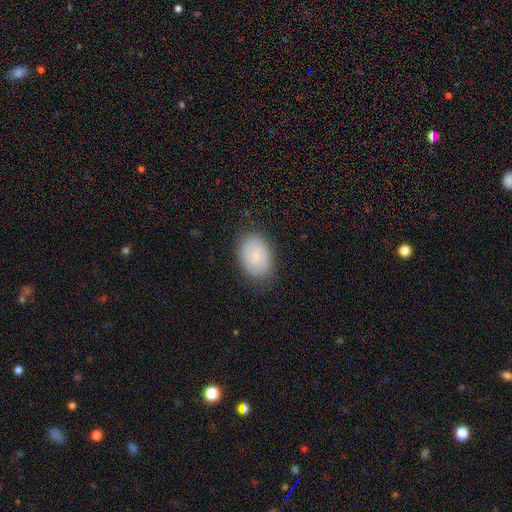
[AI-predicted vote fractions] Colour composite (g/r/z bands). It shows a smooth galaxy with no disk features (76%) that is in between round and cigar-shaped (84%). Merging: none (83%).